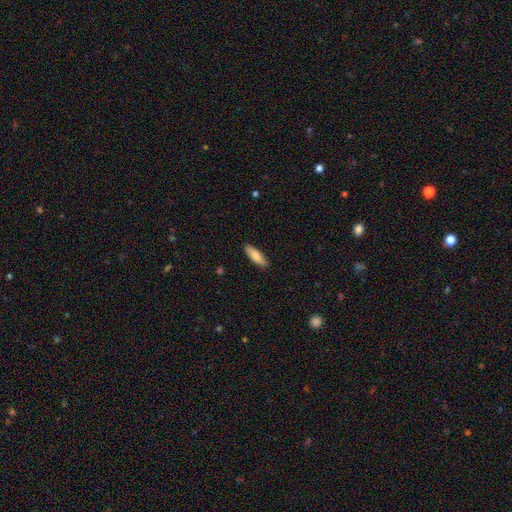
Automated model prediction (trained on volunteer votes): Overall: smooth (84%). How rounded: in between (52%; cigar-shaped 46%). Merging: none (88%).